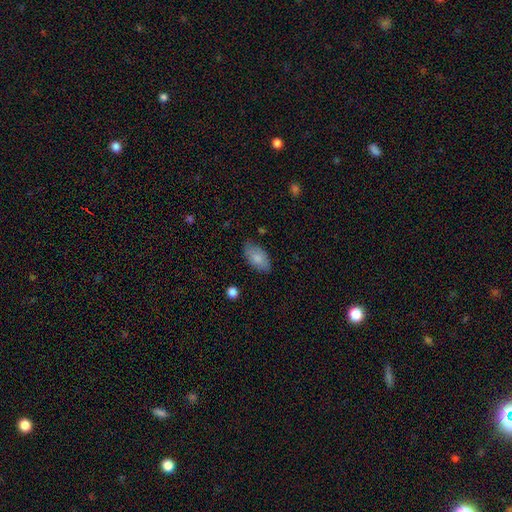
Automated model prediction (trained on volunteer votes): This appears to be a smooth galaxy with no disk features (65%) that is in between round and cigar-shaped (91%). Merging: none (83%).